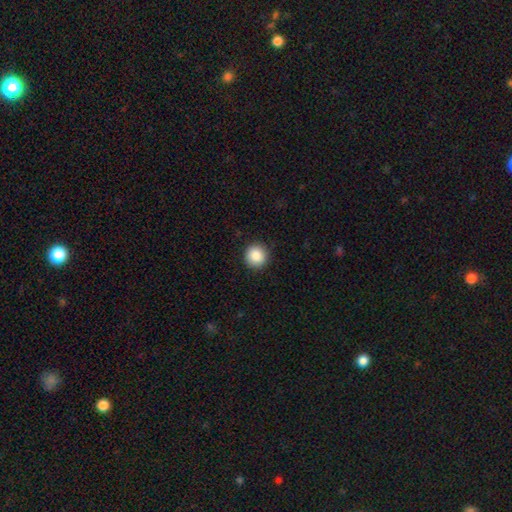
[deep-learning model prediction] smooth 88%, star or artifact 8%, featured or disk 4%. Down the decision tree: how rounded — round (94%); merging — none (92%).